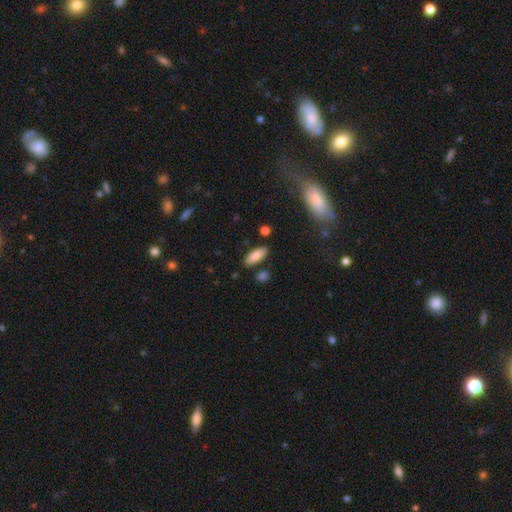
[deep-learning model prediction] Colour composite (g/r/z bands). It shows a smooth galaxy with no disk features (85%) that is in between round and cigar-shaped (77%). Merging: none (83%).